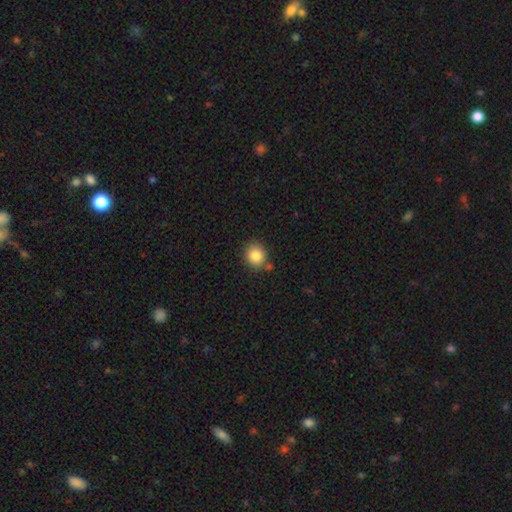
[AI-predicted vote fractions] smooth 84%, star or artifact 10%, featured or disk 6%. Down the decision tree: how rounded — round (76%); merging — none (79%).